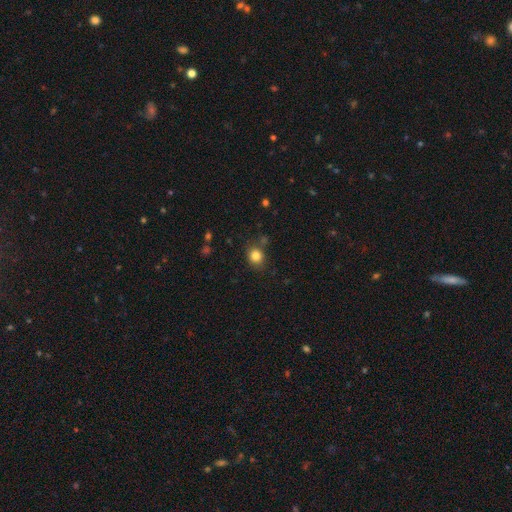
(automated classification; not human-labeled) smooth 83%, star or artifact 11%, featured or disk 5%. Down the decision tree: how rounded — round (73%); merging — none (78%).